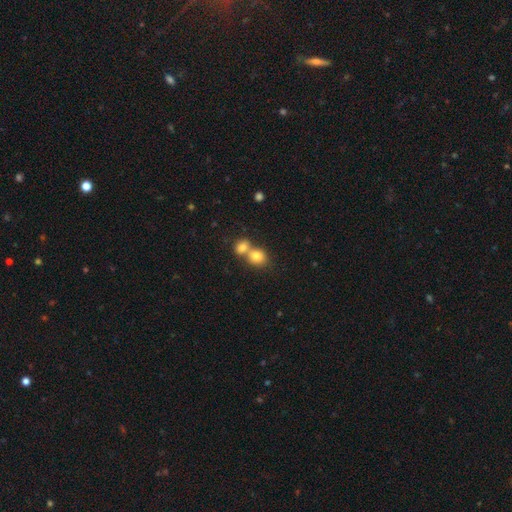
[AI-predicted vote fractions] Q: Smooth or featured?
A: smooth (79%); runner-up: star or artifact (10%)
Q: How rounded?
A: round (70%); runner-up: in between (29%)
Q: Merging?
A: merger (59%); runner-up: none (33%)